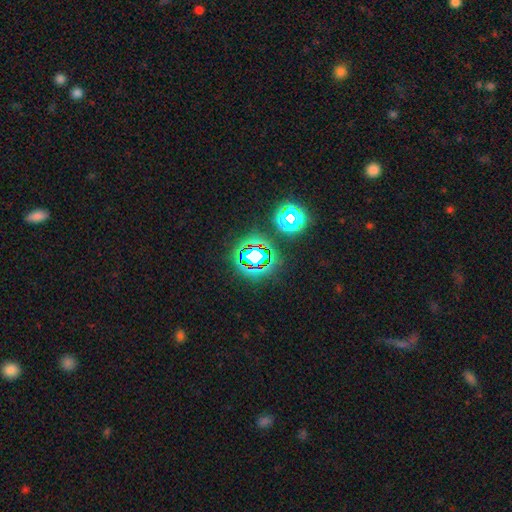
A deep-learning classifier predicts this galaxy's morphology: type=star or artifact (71%).